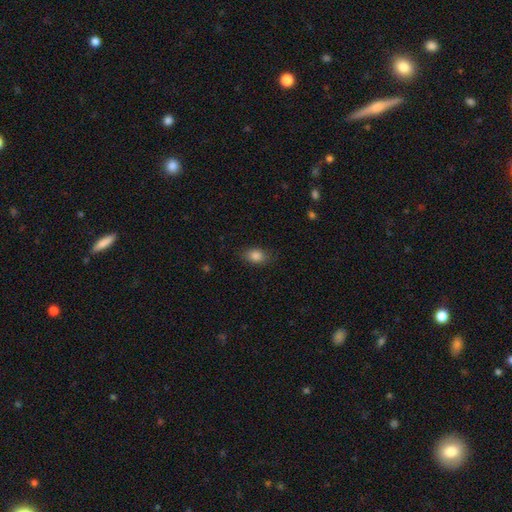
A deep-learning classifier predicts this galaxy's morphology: Smooth or featured: smooth — 85% (star or artifact — 9%)
How rounded: in between — 78% (round — 20%)
Merging: none — 82% (minor disturbance — 14%)